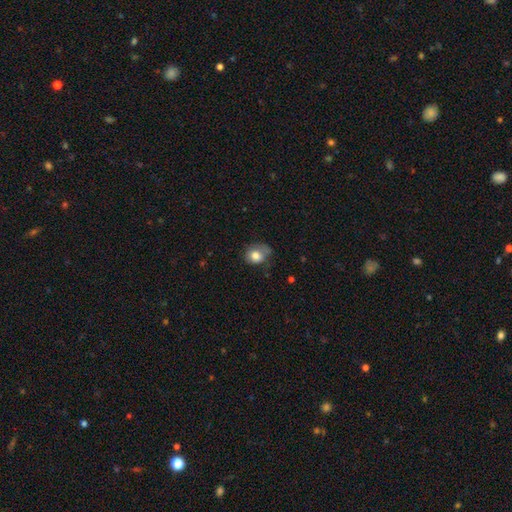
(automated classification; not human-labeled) A smooth galaxy with no disk features (77%) that is round (57%).

Vote fractions:
- Smooth or featured? smooth: 77% / featured or disk: 14% / star or artifact: 9%
- How rounded? round: 57% / in between: 43% / cigar-shaped: 1%
- Merging? none: 43% / minor disturbance: 35% / major disturbance: 19% / merger: 3%